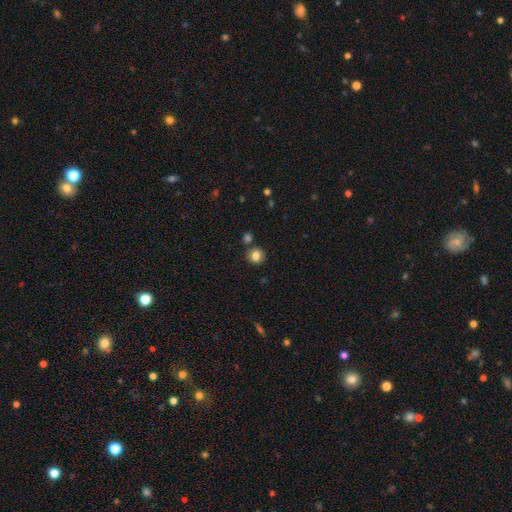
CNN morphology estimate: Smooth or featured? Predicted: smooth (p=0.83). How rounded? Predicted: round (p=0.85). Merging? Predicted: none (p=0.79).